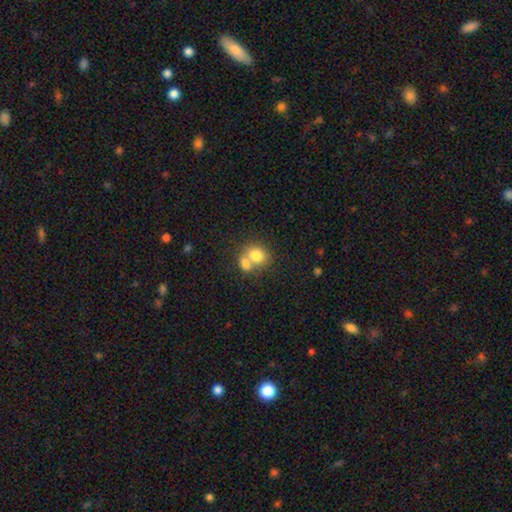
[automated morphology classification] Q: Smooth or featured?
A: smooth (77%); runner-up: featured or disk (14%)
Q: How rounded?
A: round (61%); runner-up: in between (38%)
Q: Merging?
A: merger (59%); runner-up: none (30%)